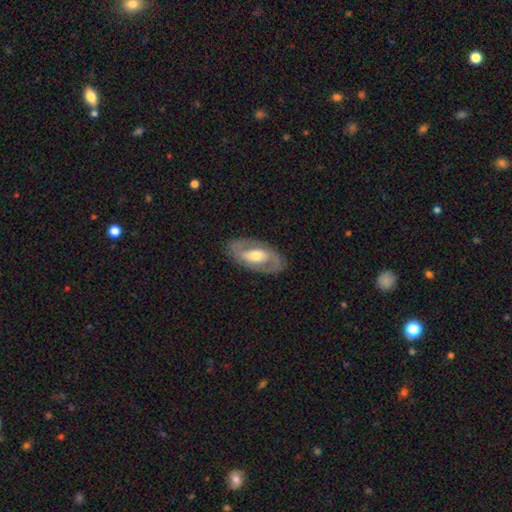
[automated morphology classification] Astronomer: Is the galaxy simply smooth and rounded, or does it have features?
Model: featured or disk — 76%.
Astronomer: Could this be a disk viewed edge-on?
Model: no — 93%.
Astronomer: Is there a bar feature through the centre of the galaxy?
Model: weak — 39% (runner-up: no, 36%).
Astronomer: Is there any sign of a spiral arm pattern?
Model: yes — 78%.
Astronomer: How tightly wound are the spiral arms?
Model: medium — 48% (runner-up: tight, 32%).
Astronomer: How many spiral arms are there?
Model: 2 — 86%.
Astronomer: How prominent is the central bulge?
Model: moderate — 66%.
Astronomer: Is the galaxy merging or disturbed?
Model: none — 84%.